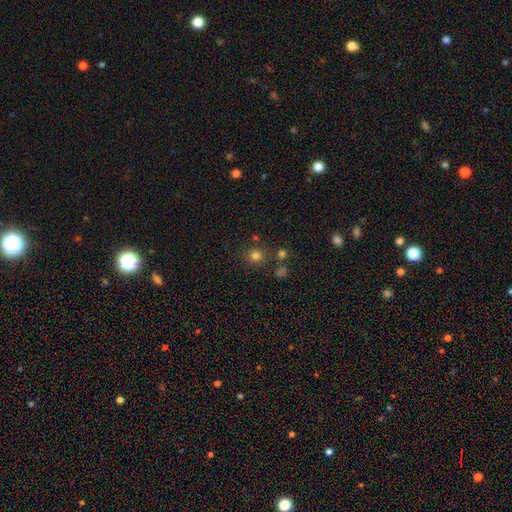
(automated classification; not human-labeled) Morphology: type=smooth (77%); roundness=round (90%); merging=none (78%).